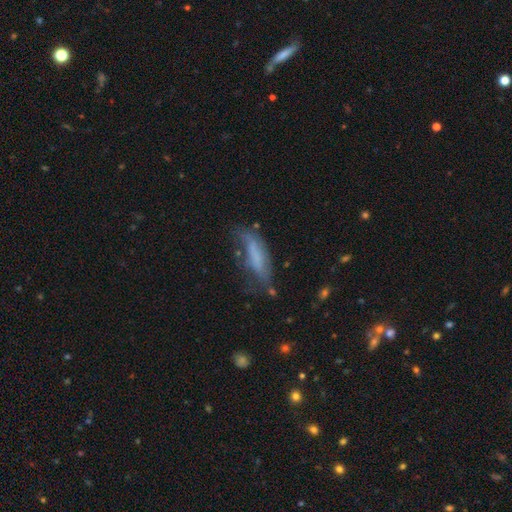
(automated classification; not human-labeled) This appears to be a smooth galaxy with no disk features (56%) that is cigar-shaped (59%). Merging: none (41%).